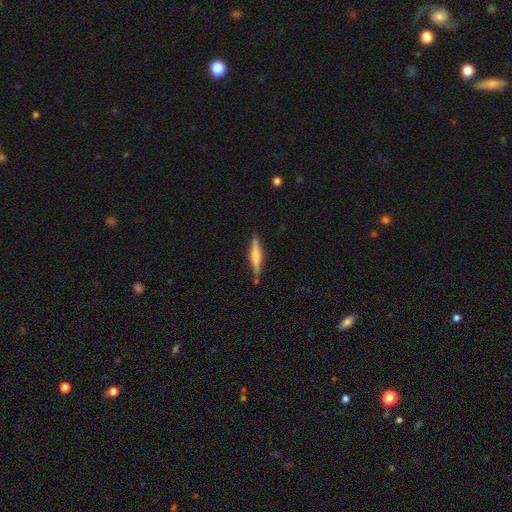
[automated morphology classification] The model was most divided on "smooth or featured": featured or disk: 52%, smooth: 42%, star or artifact: 6%. More confident: edge-on disk — yes (97%); merging — none (83%).